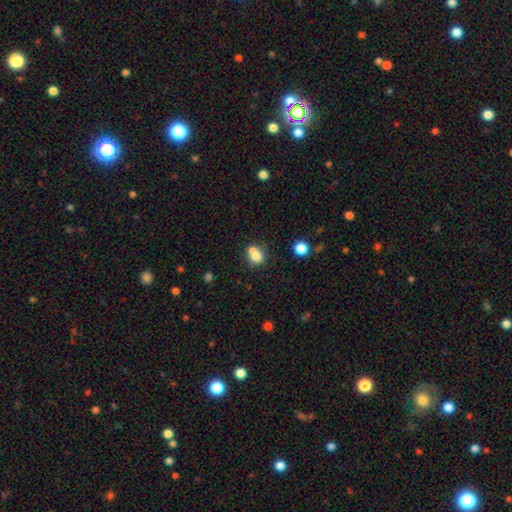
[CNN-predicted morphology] Smooth or featured? smooth (74%)
How rounded? round (66%)
Merging? merger (49%)